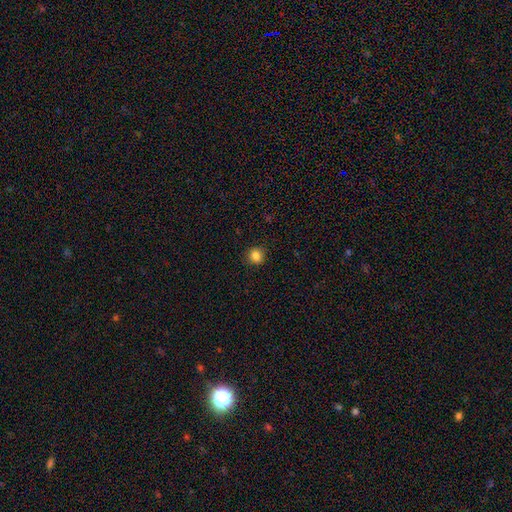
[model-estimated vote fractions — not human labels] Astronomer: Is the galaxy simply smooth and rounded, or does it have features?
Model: smooth — 84%.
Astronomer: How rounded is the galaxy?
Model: round — 91%.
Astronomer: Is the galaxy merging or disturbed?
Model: none — 91%.